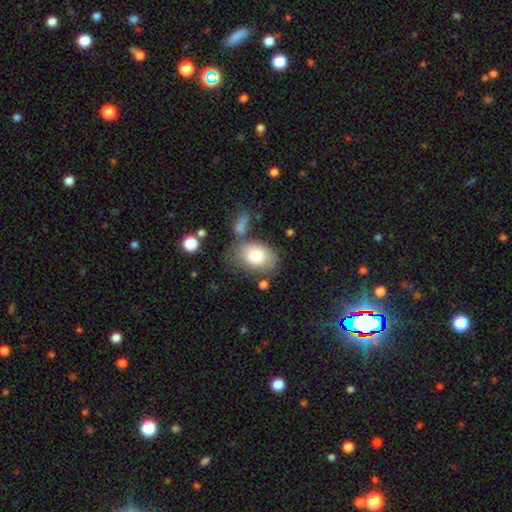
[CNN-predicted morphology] Smooth or featured? Predicted: smooth (p=0.78). How rounded? Predicted: in between (p=0.70). Merging? Predicted: none (p=0.56).